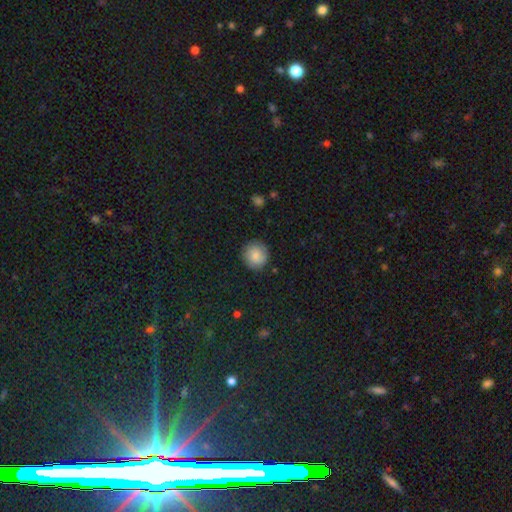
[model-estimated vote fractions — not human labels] Overall: smooth (86%). How rounded: round (92%). Merging: none (88%).